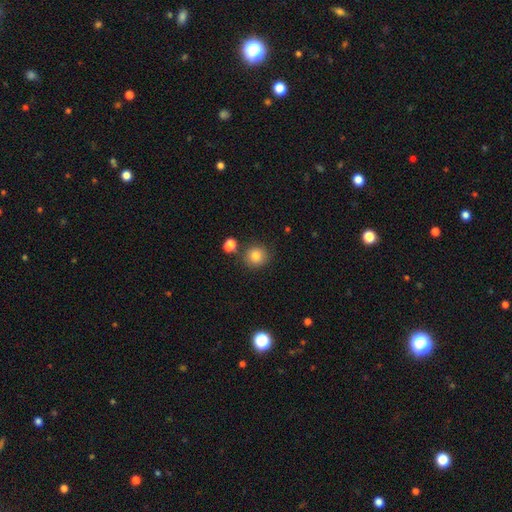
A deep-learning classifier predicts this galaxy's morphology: This appears to be a smooth galaxy with no disk features (81%) that is round (90%). Merging: none (78%).